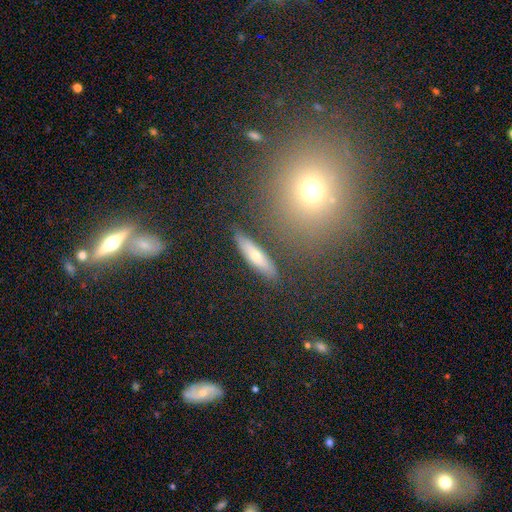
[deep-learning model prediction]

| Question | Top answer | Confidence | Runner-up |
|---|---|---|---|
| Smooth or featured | smooth | 51% | featured or disk (41%) |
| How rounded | cigar-shaped | 70% | in between (26%) |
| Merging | none | 83% | minor disturbance (11%) |